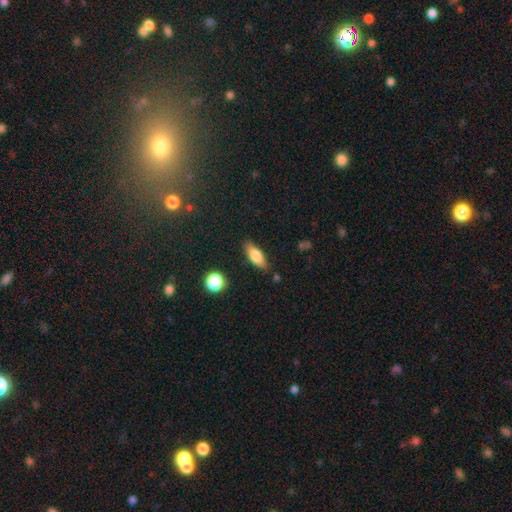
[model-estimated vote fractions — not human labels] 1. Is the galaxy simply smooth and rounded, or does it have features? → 74% smooth, 18% featured or disk, 7% star or artifact.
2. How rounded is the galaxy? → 67% in between, 30% cigar-shaped, 3% round.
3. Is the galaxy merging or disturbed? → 82% none, 13% minor disturbance, 3% merger, 3% major disturbance.